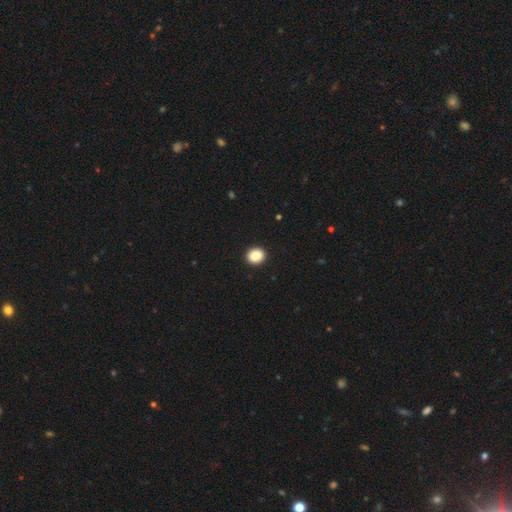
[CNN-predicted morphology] Smooth or featured? smooth (87%)
How rounded? round (73%)
Merging? none (93%)